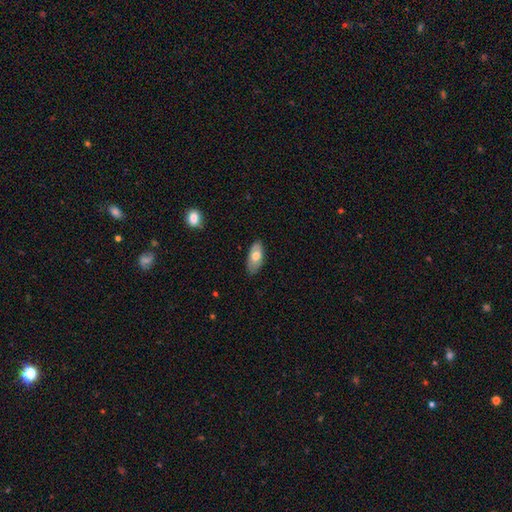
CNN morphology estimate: Q: Smooth or featured?
A: smooth (67%); runner-up: featured or disk (27%)
Q: How rounded?
A: in between (90%); runner-up: cigar-shaped (7%)
Q: Merging?
A: none (80%); runner-up: minor disturbance (16%)